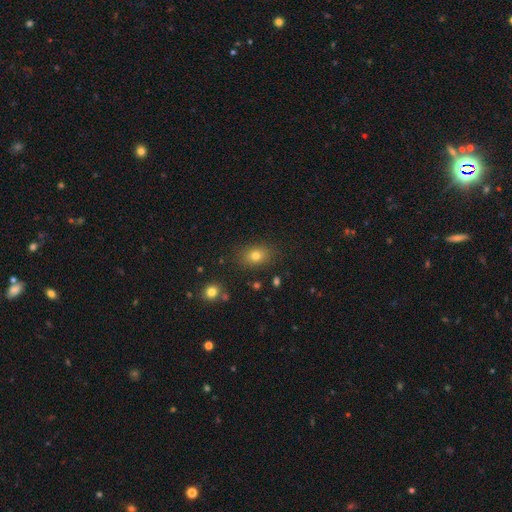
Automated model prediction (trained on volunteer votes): smooth 76%, star or artifact 14%, featured or disk 10%. Down the decision tree: how rounded — in between (69%); merging — none (84%).